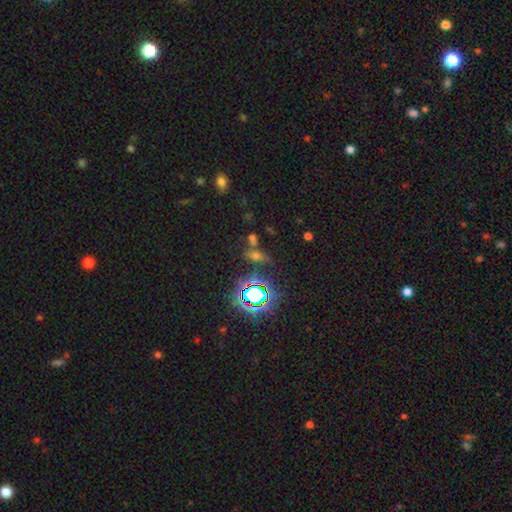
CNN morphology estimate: smooth_or_featured: smooth (p=0.47) [alt: star or artifact p=0.42]
merging: none (p=0.58) [alt: merger p=0.23]